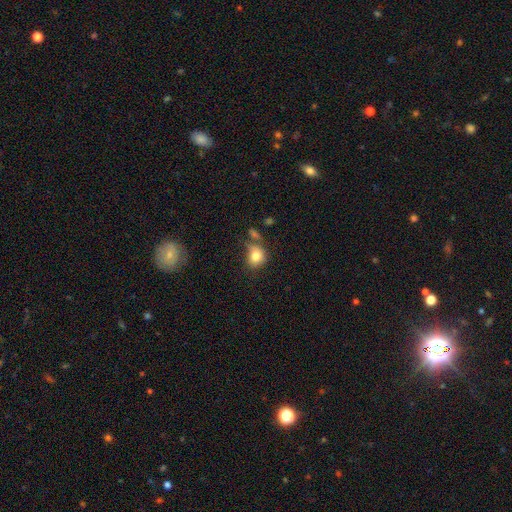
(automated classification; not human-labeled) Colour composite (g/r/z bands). It shows a smooth galaxy with no disk features (80%) that is round (67%). Merging: none (49%).